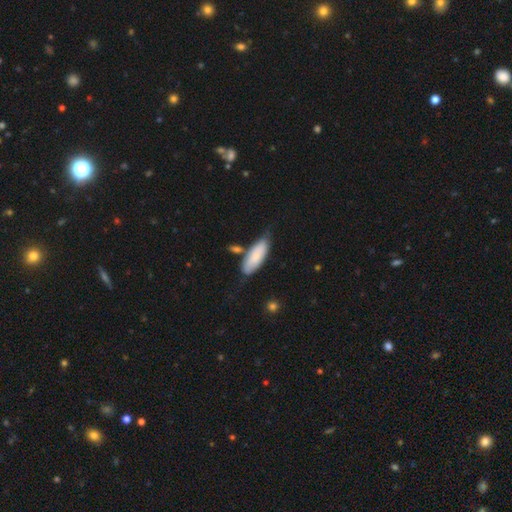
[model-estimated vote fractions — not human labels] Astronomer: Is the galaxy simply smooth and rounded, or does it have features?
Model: smooth — 81%.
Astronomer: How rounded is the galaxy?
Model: in between — 70%.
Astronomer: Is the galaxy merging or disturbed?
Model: none — 59%.